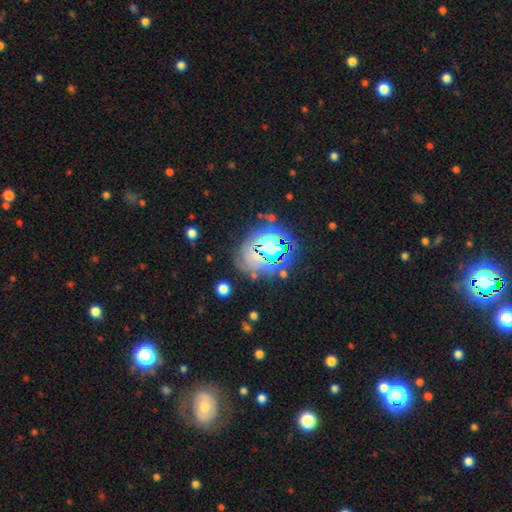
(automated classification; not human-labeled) smooth_or_featured: star or artifact (p=0.74) [alt: smooth p=0.13]